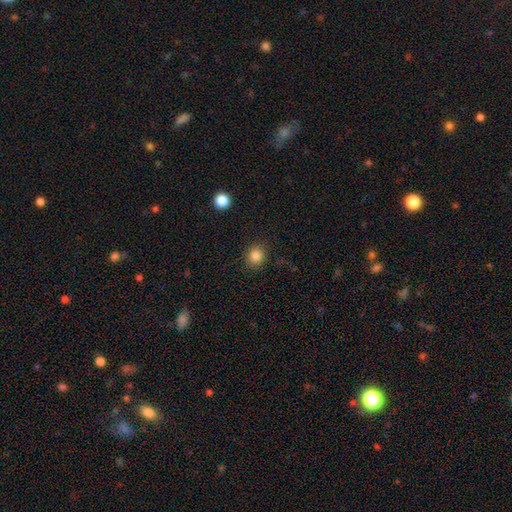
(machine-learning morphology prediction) This appears to be a smooth galaxy with no disk features (84%) that is round (83%). Merging: none (88%).